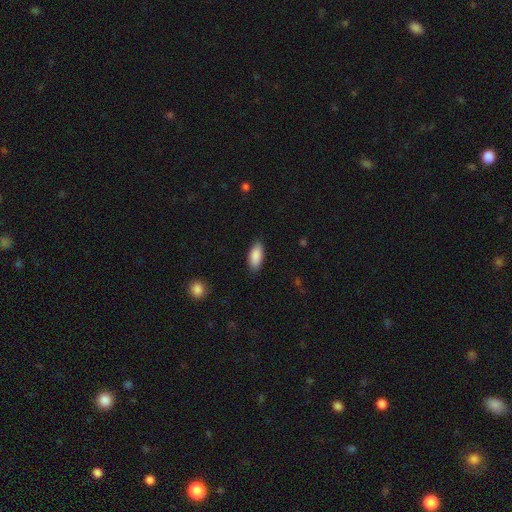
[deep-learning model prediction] Morphology: type=smooth (90%); roundness=in between (88%); merging=none (87%).